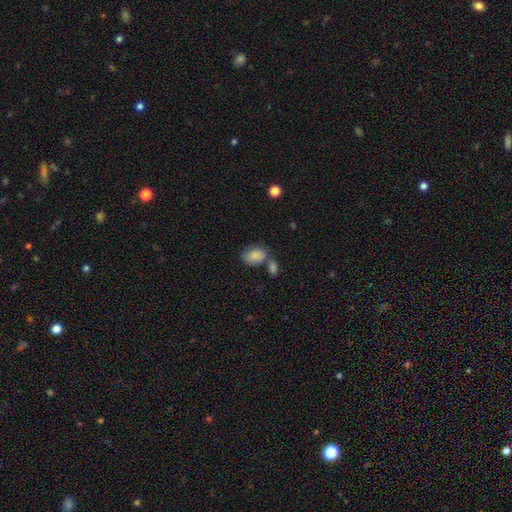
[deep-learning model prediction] smooth_or_featured: smooth (p=0.85) [alt: star or artifact p=0.08]
how_rounded: in between (p=0.77) [alt: round p=0.22]
merging: none (p=0.49) [alt: merger p=0.28]